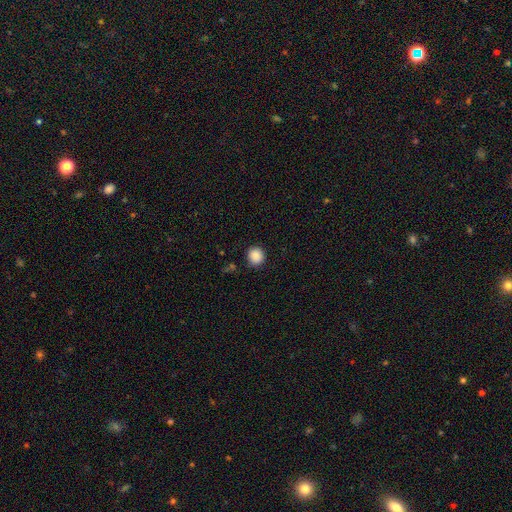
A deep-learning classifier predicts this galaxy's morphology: This appears to be a smooth galaxy with no disk features (88%) that is round (90%). Merging: none (89%).